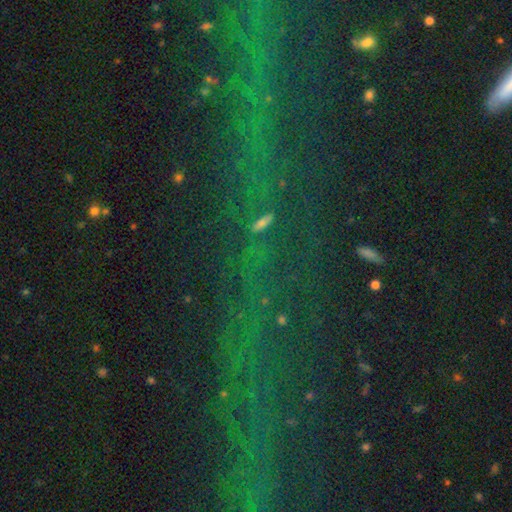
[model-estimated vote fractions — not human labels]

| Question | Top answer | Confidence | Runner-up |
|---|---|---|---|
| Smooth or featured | star or artifact | 57% | featured or disk (22%) |